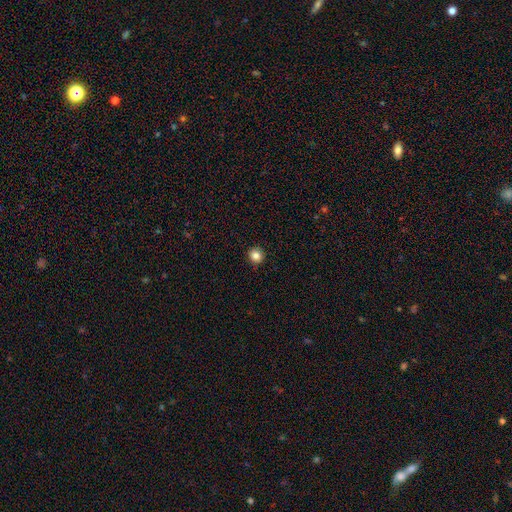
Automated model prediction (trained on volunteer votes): Q: Smooth or featured?
A: smooth (85%); runner-up: star or artifact (11%)
Q: How rounded?
A: round (91%); runner-up: in between (8%)
Q: Merging?
A: none (91%); runner-up: minor disturbance (6%)